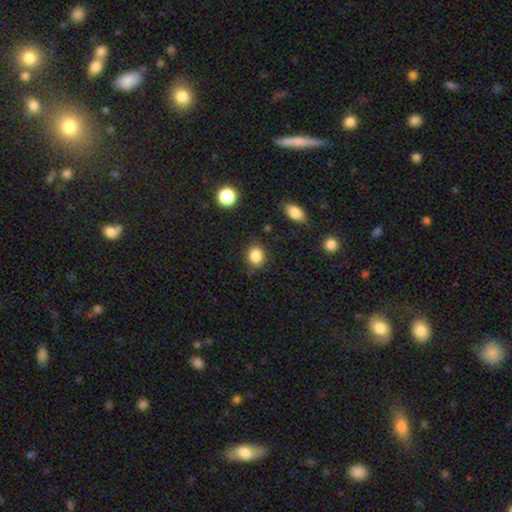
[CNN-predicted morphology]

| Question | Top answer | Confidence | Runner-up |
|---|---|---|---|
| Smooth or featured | smooth | 85% | star or artifact (10%) |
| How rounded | round | 66% | in between (33%) |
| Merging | none | 79% | minor disturbance (15%) |